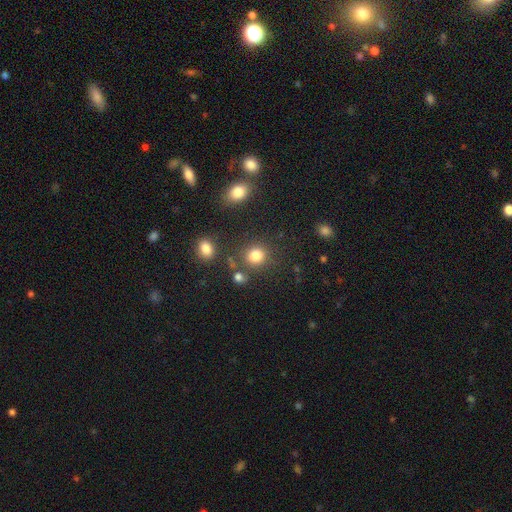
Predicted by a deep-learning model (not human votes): Overall: smooth (81%). How rounded: round (82%). Merging: none (76%).